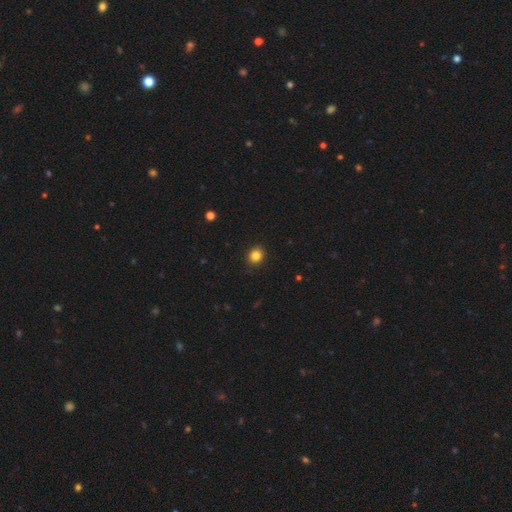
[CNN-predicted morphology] A smooth galaxy with no disk features (84%) that is round (79%).

Vote fractions:
- Smooth or featured? smooth: 84% / star or artifact: 11% / featured or disk: 4%
- How rounded? round: 79% / in between: 20% / cigar-shaped: 1%
- Merging? none: 90% / minor disturbance: 7% / major disturbance: 2% / merger: 1%